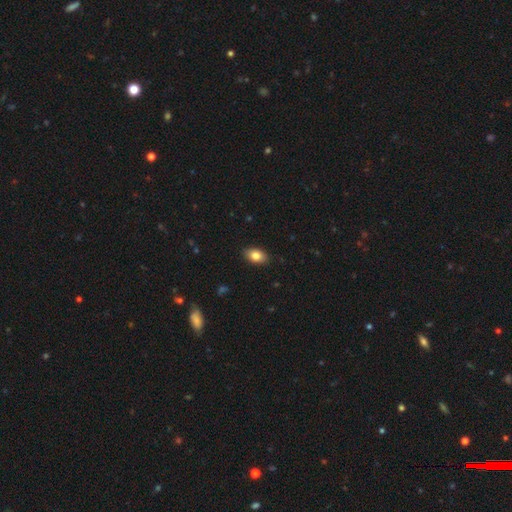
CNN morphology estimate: smooth-or-featured: smooth: 83% | featured or disk: 9% | star or artifact: 8%
  how-rounded: in between: 89% | round: 9% | cigar-shaped: 2%
  merging: none: 88% | minor disturbance: 9% | major disturbance: 2% | merger: 1%